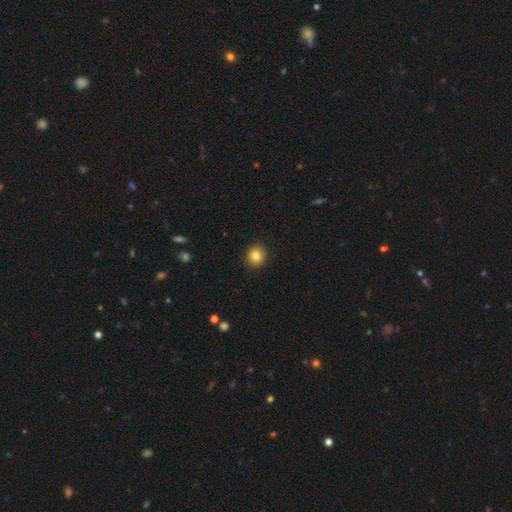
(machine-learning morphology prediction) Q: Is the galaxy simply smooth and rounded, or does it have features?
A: smooth — 83%.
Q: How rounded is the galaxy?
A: round — 91%.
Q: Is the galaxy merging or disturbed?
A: none — 92%.